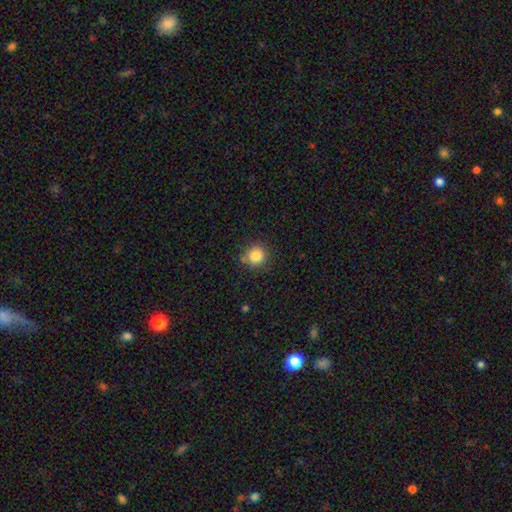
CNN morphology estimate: This is clearly a smooth galaxy (84%). How rounded: clearly round (91%). Merging: clearly none (81%).